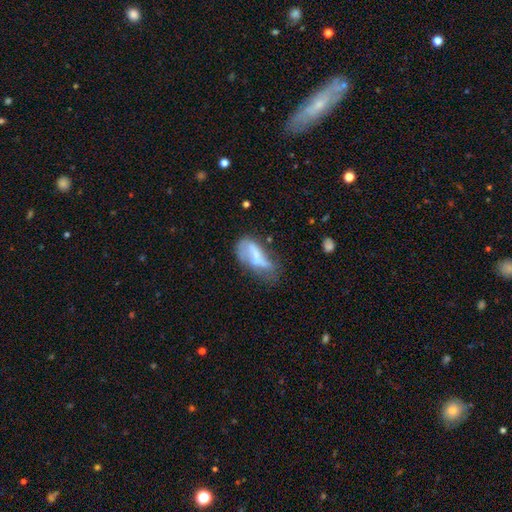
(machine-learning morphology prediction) The model was most divided on "smooth or featured" (2-way tie): featured or disk: 45%, smooth: 45%, star or artifact: 10%. Remaining: merging — major disturbance (35%).